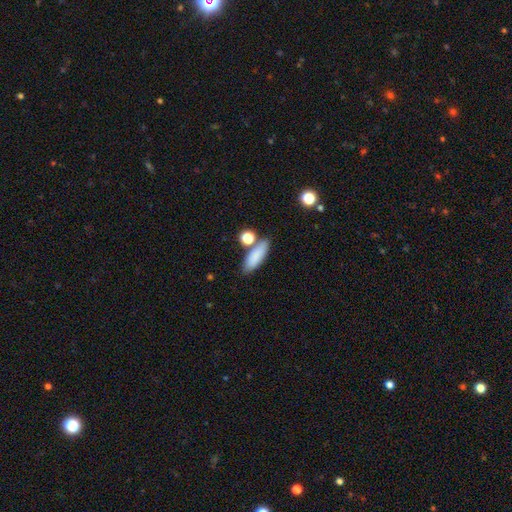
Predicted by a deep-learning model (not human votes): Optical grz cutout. It shows a smooth galaxy with no disk features (83%) that is in between round and cigar-shaped (61%). Merging: none (70%).